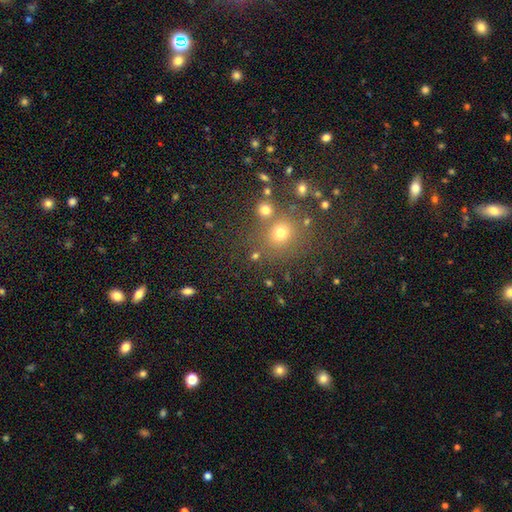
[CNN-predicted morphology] Smooth or featured? Predicted: smooth (p=0.60). How rounded? Predicted: round (p=0.81). Merging? Predicted: none (p=0.71).